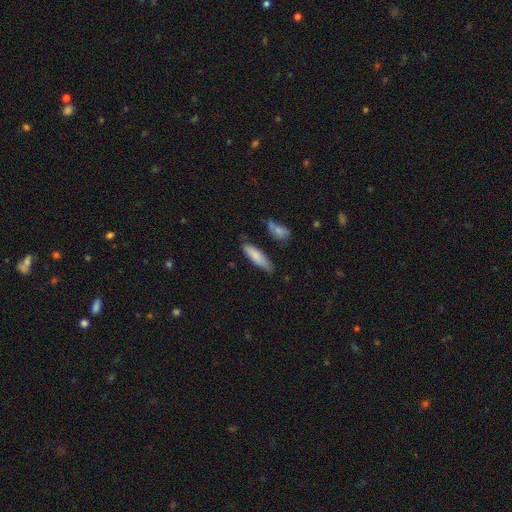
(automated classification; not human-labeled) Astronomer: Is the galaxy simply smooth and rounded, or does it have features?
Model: smooth — 81%.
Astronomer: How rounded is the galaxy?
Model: cigar-shaped — 62%.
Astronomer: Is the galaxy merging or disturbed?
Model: none — 72%.